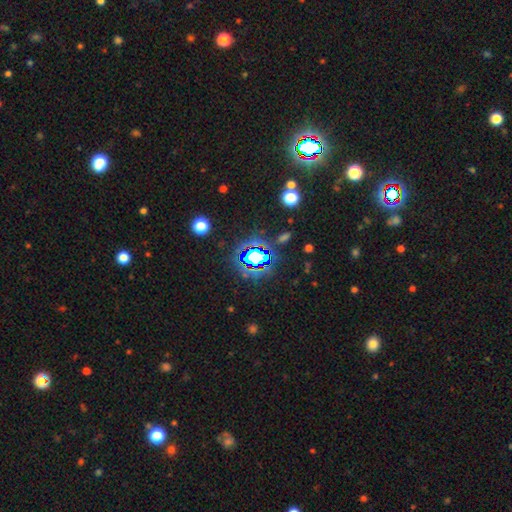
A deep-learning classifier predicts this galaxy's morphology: star or artifact 69%, smooth 20%, featured or disk 12%.